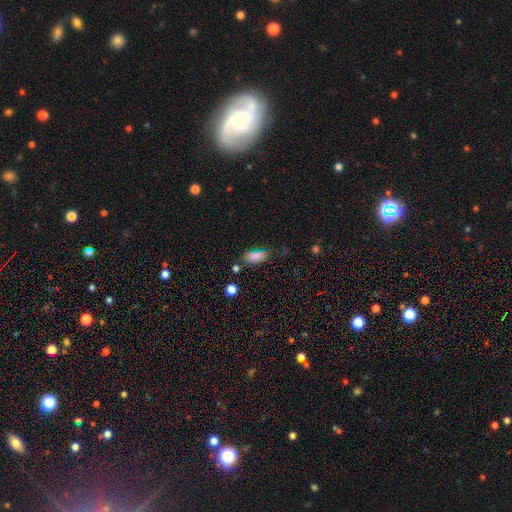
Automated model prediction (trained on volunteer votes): Smooth or featured? smooth (80%)
How rounded? in between (85%)
Merging? none (67%)